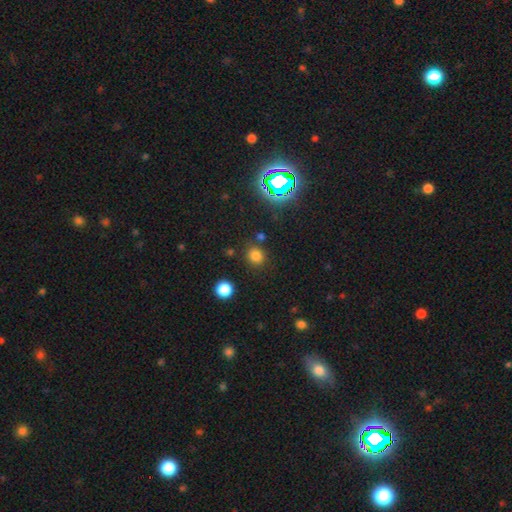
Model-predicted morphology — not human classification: type=smooth (73%); roundness=round (85%); merging=none (83%).